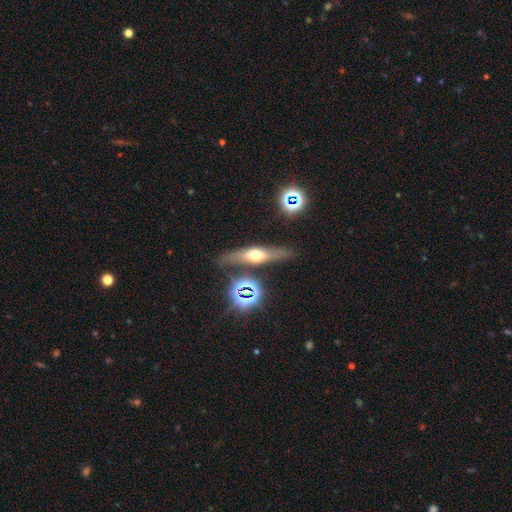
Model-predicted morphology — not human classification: type=featured or disk (54%); edge-on=yes (87%); merging=none (81%).